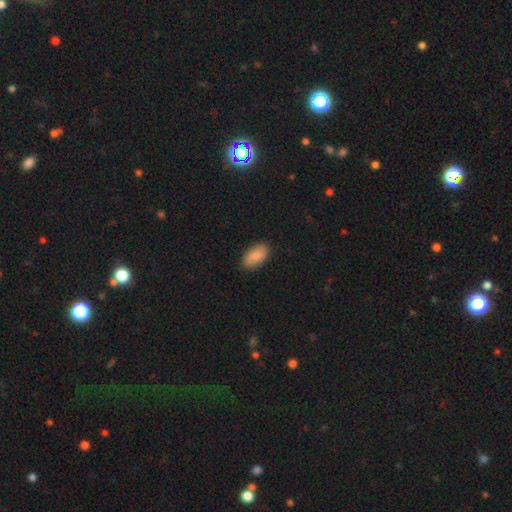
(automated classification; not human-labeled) The model was most divided on "smooth or featured": smooth: 85%, featured or disk: 9%, star or artifact: 6%. More confident: how rounded — in between (94%); merging — none (88%).